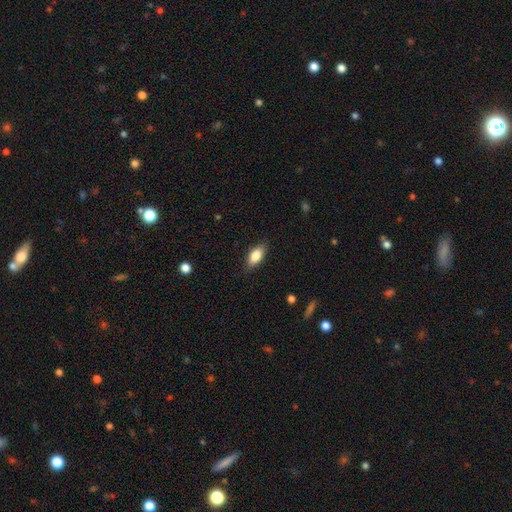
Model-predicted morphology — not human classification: This is clearly a smooth galaxy (82%). How rounded: clearly in between (86%). Merging: clearly none (83%).